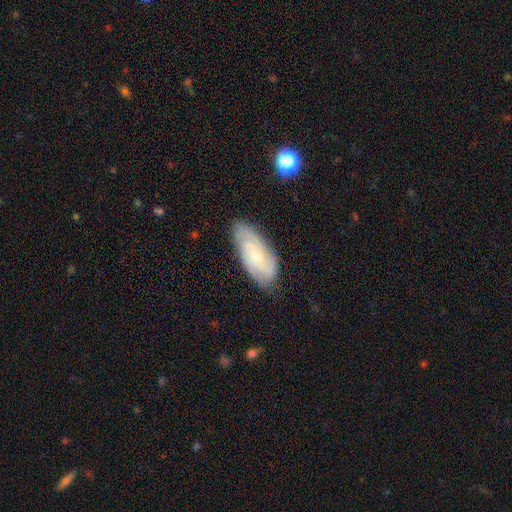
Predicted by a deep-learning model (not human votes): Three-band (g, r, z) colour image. It shows a featured or disk galaxy (74%) with no bar (66%), 3 (28%) tight (52%) spiral arms (94%) and a small central bulge (72%). Merging: none (78%).